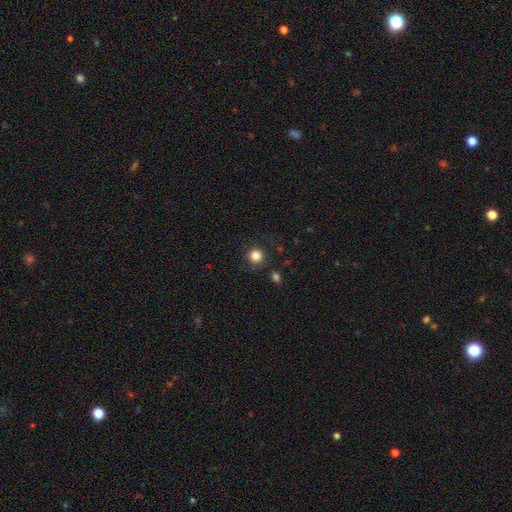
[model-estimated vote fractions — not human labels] smooth-or-featured: smooth: 85% | star or artifact: 11% | featured or disk: 4%
  how-rounded: round: 94% | in between: 5% | cigar-shaped: 1%
  merging: none: 88% | minor disturbance: 7% | major disturbance: 3% | merger: 2%